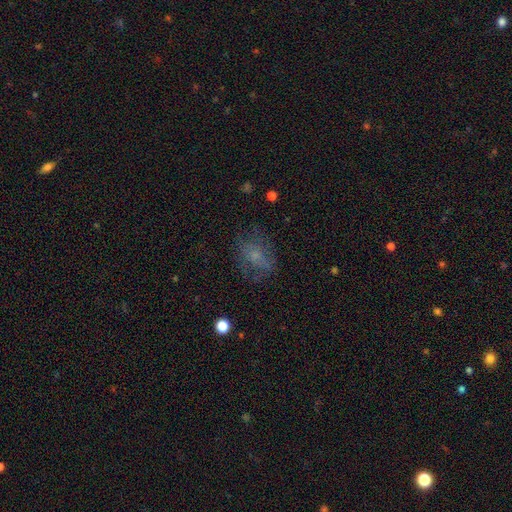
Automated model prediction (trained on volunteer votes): smooth_or_featured: smooth (p=0.51) [alt: featured or disk p=0.34]
how_rounded: in between (p=0.62) [alt: round p=0.36]
merging: none (p=0.57) [alt: minor disturbance p=0.21]